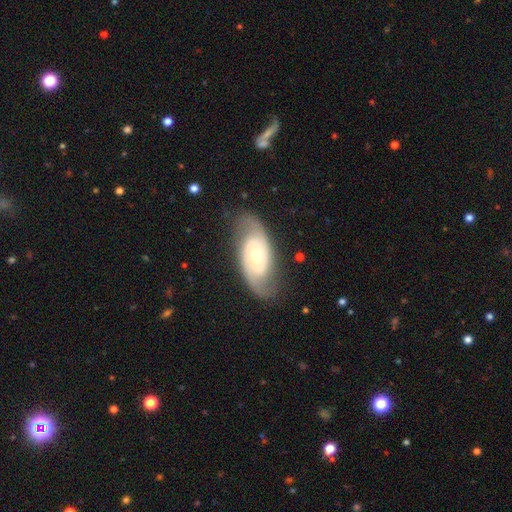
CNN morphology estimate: type=featured or disk (84%); edge-on=no (94%); bar=no (73%); spiral arms=yes (93%); winding=tight (45%); arm count=2 (86%); bulge=moderate (54%); merging=none (75%).